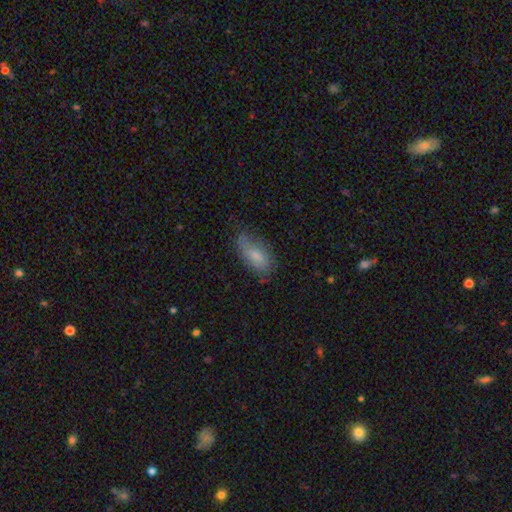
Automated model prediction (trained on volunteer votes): smooth 70%, featured or disk 23%, star or artifact 7%. Down the decision tree: how rounded — in between (88%); merging — none (58%).